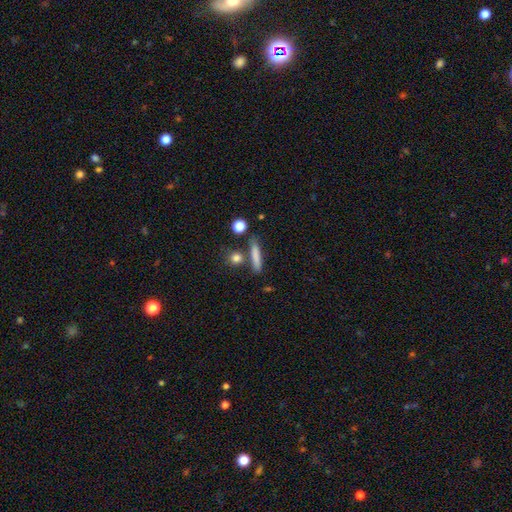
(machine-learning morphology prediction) Smooth or featured? Predicted: smooth (p=0.80). How rounded? Predicted: cigar-shaped (p=0.79). Merging? Predicted: none (p=0.78).